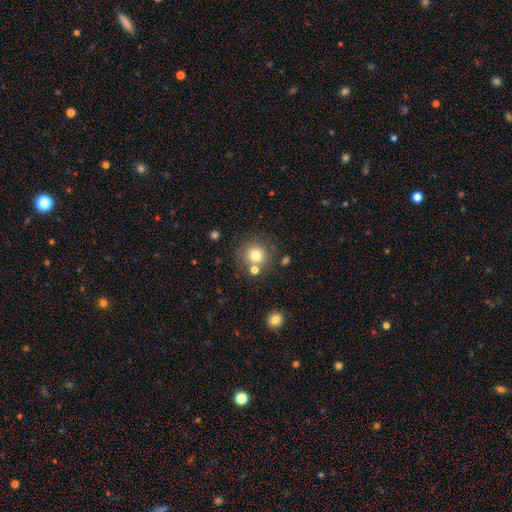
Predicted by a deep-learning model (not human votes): Morphology: type=smooth (78%); roundness=round (91%); merging=none (72%).